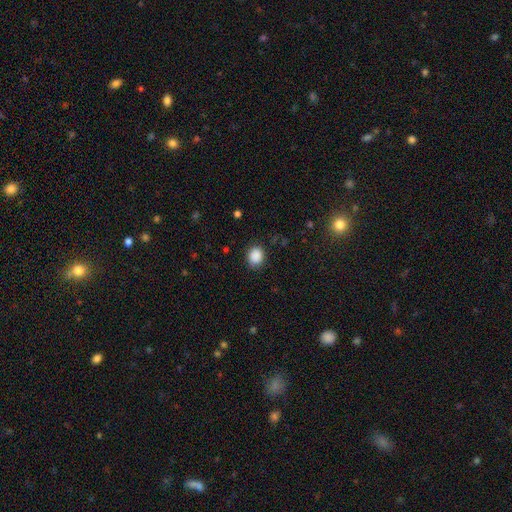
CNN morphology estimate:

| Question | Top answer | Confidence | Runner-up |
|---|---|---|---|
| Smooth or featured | smooth | 88% | star or artifact (9%) |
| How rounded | round | 65% | in between (34%) |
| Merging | none | 85% | minor disturbance (10%) |